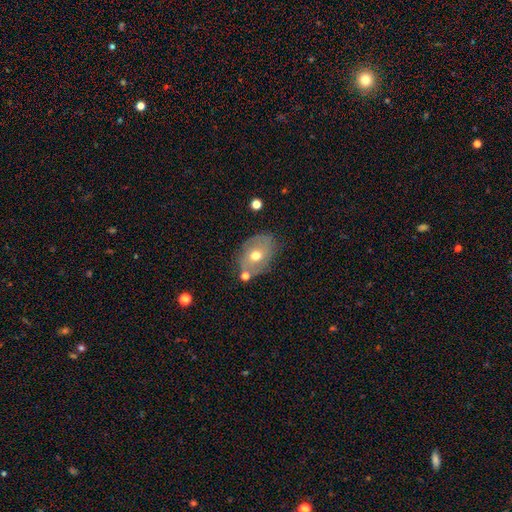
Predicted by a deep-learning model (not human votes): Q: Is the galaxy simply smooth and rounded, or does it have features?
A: smooth — 54%.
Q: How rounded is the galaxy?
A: in between — 77%.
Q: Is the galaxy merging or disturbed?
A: none — 68%.